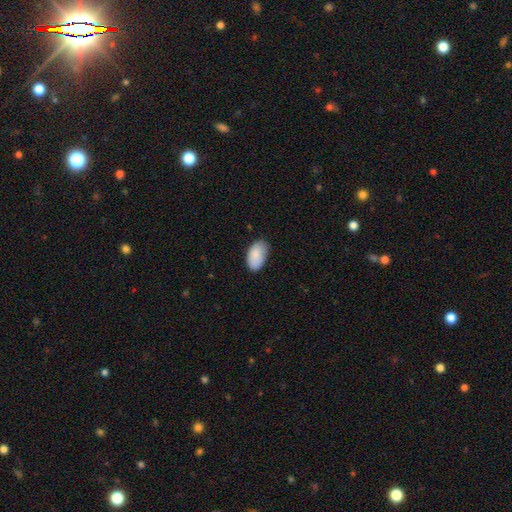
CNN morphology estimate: The model was most divided on "merging": none: 75%, minor disturbance: 20%, major disturbance: 3%, merger: 1%. More confident: how rounded — in between (95%); smooth or featured — smooth (88%).